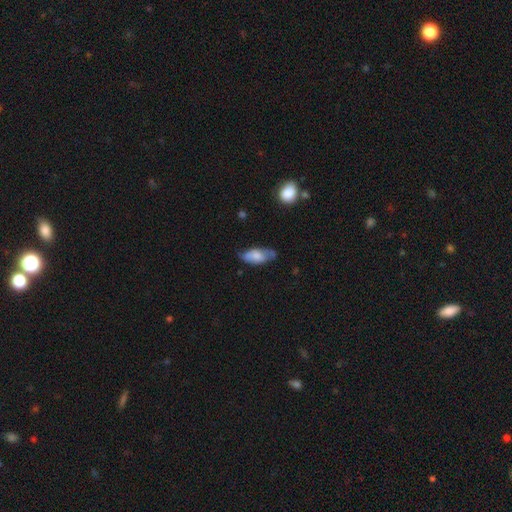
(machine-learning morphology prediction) Smooth or featured? Predicted: smooth (p=0.66). How rounded? Predicted: in between (p=0.84). Merging? Predicted: none (p=0.55).